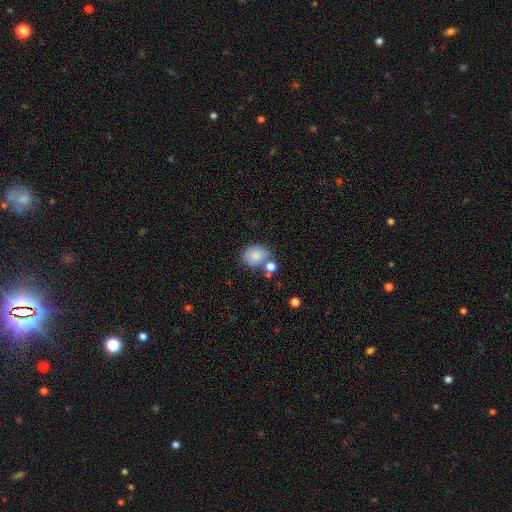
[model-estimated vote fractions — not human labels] A smooth galaxy with no disk features (83%) that is round (51%). Merging: none (62%).